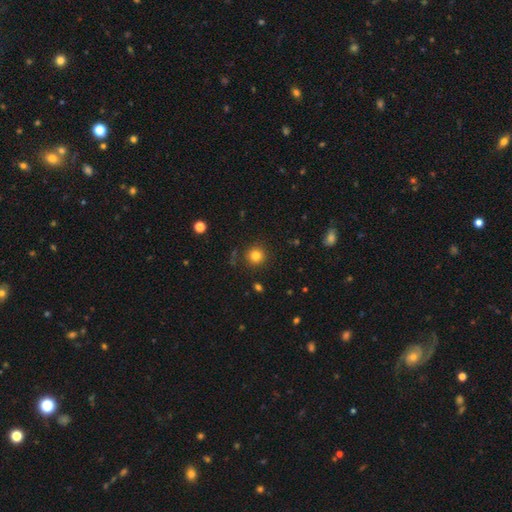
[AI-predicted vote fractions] This appears to be a smooth galaxy with no disk features (81%) that is round (94%). Merging: none (89%).